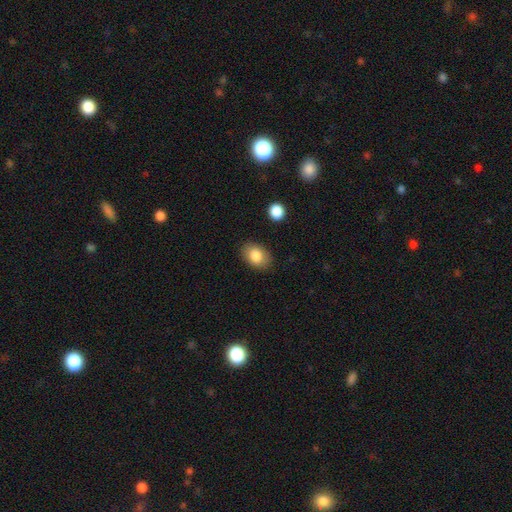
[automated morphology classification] Overall: smooth (85%). How rounded: in between (79%). Merging: none (85%).